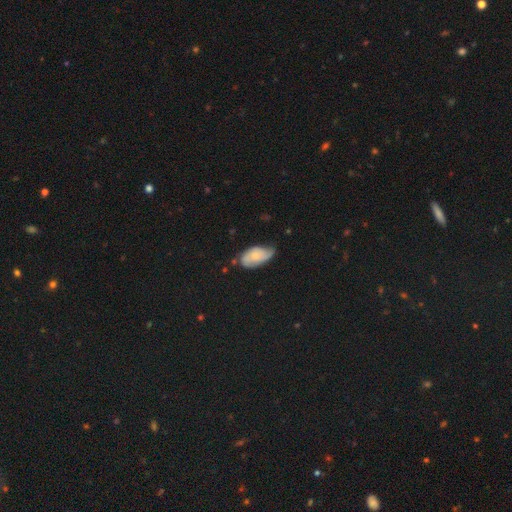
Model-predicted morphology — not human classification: Smooth or featured: smooth — 51% (featured or disk — 42%)
How rounded: in between — 92% (cigar-shaped — 4%)
Merging: none — 45% (minor disturbance — 41%)